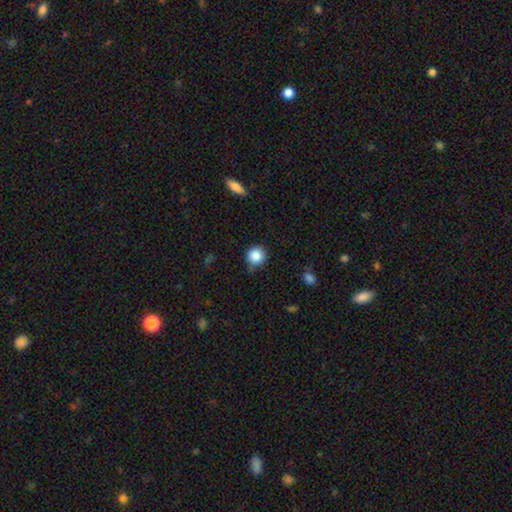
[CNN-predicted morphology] Smooth or featured?
  - smooth: 86% *
  - star or artifact: 10%
  - featured or disk: 4%
How rounded?
  - round: 94% *
  - in between: 5%
  - cigar-shaped: 1%
Merging?
  - none: 78% *
  - minor disturbance: 16%
  - major disturbance: 4%
  - merger: 2%